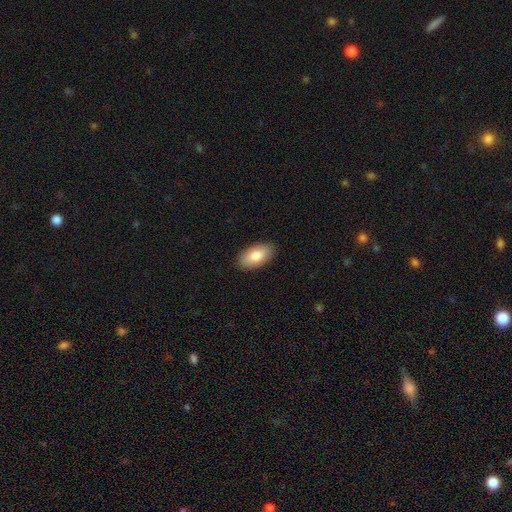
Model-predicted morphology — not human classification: This appears to be a smooth galaxy with no disk features (80%) that is in between round and cigar-shaped (94%). Merging: none (89%).